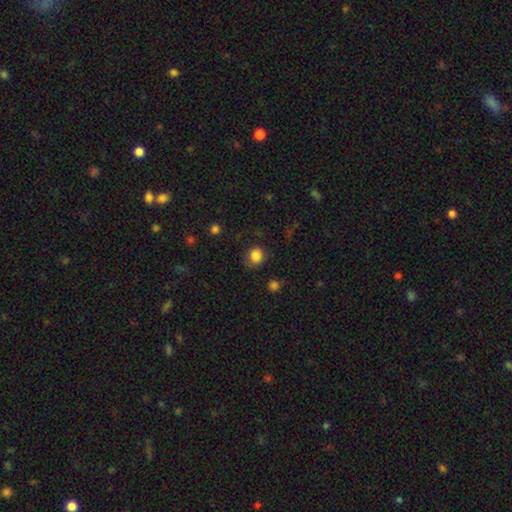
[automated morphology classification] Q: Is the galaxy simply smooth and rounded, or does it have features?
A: smooth — 85%.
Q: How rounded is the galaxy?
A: round — 81%.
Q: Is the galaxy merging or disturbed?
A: none — 75%.